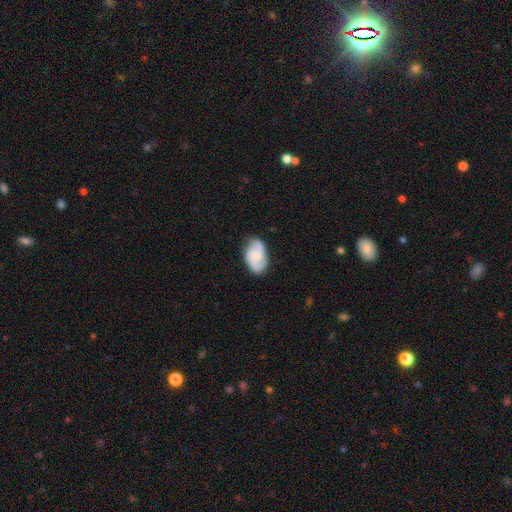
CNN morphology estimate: smooth-or-featured: featured or disk: 62% | smooth: 32% | star or artifact: 6%
  disk-edge-on: no: 96% | yes: 4%
    bar: no: 61% | weak: 34% | strong: 5%
    has-spiral-arms: yes: 92% | no: 8%
      spiral-winding: medium: 48% | tight: 33% | loose: 19%
      spiral-arm-count: 2: 78% | can't tell: 11% | 3: 6% | 1: 3% | 4: 1% | more than 4: 1%
    bulge-size: small: 40% | moderate: 38% | none: 14% | large: 6% | dominant: 2%
  merging: none: 75% | minor disturbance: 19% | major disturbance: 5% | merger: 1%